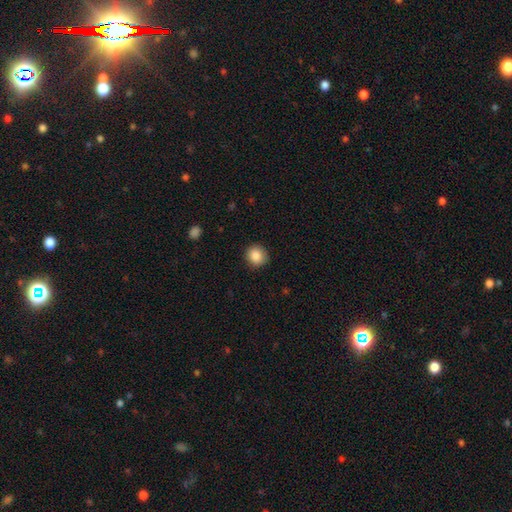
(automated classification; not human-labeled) This appears to be a smooth galaxy with no disk features (87%) that is round (83%). Merging: none (87%).